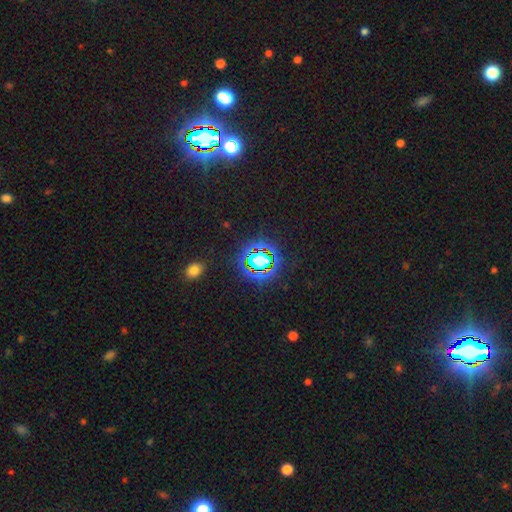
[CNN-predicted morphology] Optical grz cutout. It shows a star or artifact, not a galaxy (80%).